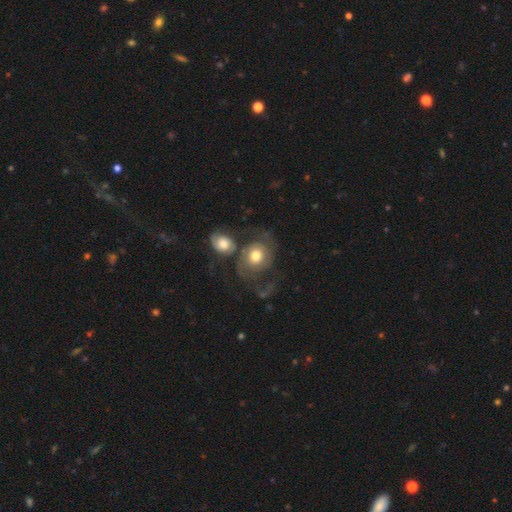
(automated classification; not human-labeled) smooth-or-featured: featured or disk: 59% | smooth: 33% | star or artifact: 7%
  disk-edge-on: no: 97% | yes: 3%
    bar: no: 79% | weak: 18% | strong: 3%
    has-spiral-arms: yes: 79% | no: 21%
    bulge-size: moderate: 64% | large: 23% | small: 9% | dominant: 3% | none: 2%
  merging: merger: 36% | none: 29% | major disturbance: 22% | minor disturbance: 13%